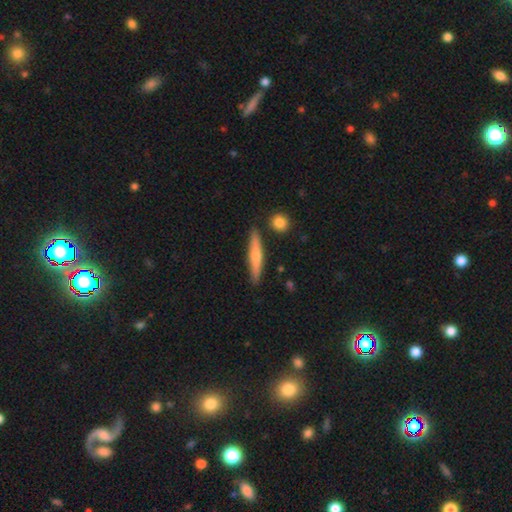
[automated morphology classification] smooth_or_featured: featured or disk (p=0.57) [alt: smooth p=0.33]
disk_edge_on: yes (p=0.94) [alt: no p=0.06]
edge_on_bulge: rounded (p=0.83) [alt: none p=0.12]
merging: none (p=0.86) [alt: minor disturbance p=0.09]